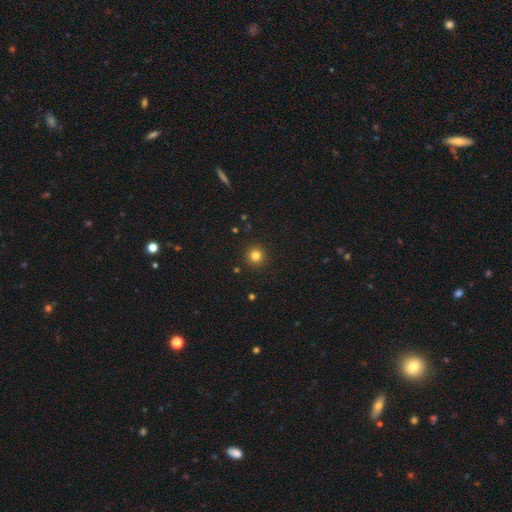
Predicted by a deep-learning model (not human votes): Smooth or featured? smooth (81%)
How rounded? round (95%)
Merging? none (93%)